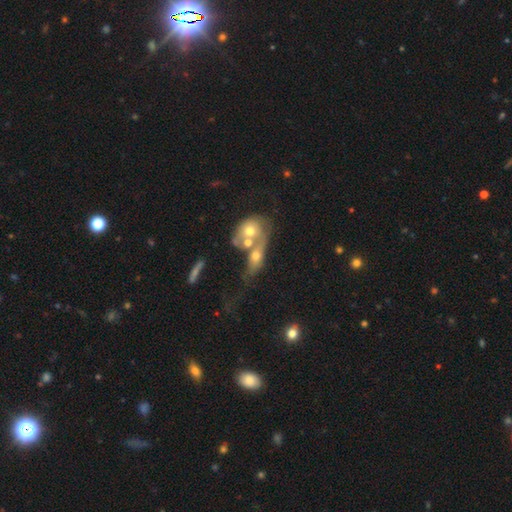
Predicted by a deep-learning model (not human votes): Smooth or featured?
  - smooth: 51% *
  - featured or disk: 39%
  - star or artifact: 10%
How rounded?
  - in between: 65% *
  - round: 26%
  - cigar-shaped: 9%
Merging?
  - merger: 68% *
  - none: 13%
  - major disturbance: 11%
  - minor disturbance: 8%